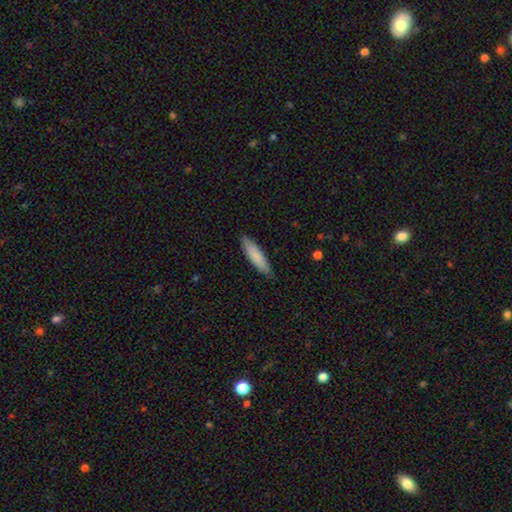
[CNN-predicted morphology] Q: Smooth or featured?
A: smooth (84%); runner-up: featured or disk (10%)
Q: How rounded?
A: cigar-shaped (73%); runner-up: in between (26%)
Q: Merging?
A: none (87%); runner-up: minor disturbance (11%)